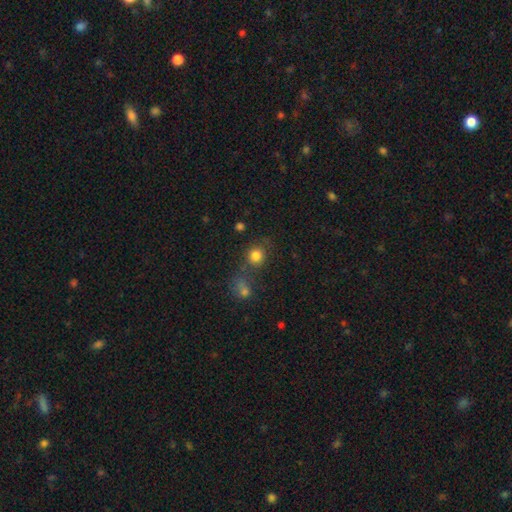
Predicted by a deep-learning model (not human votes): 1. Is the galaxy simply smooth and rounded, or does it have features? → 81% smooth, 12% star or artifact, 6% featured or disk.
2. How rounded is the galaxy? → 85% round, 14% in between, 1% cigar-shaped.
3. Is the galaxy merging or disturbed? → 64% none, 18% merger, 12% minor disturbance, 6% major disturbance.